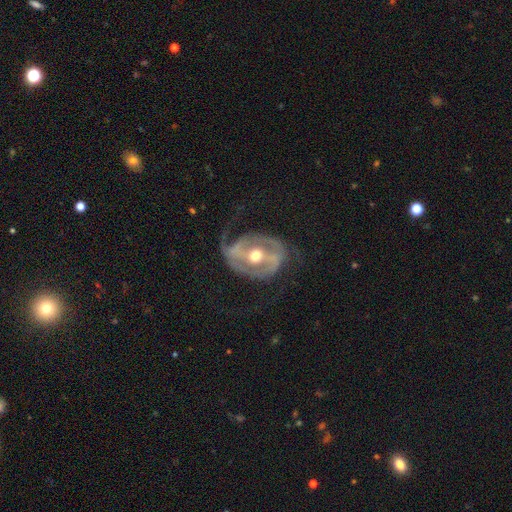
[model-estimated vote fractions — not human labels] This is clearly a featured or disk galaxy (87%). It is clearly not viewed edge-on (96%). Bar: marginally strong (42%). Spiral arm pattern: clearly yes (87%). Spiral arm count: likely 2 (73%). Spiral winding: marginally medium (42%). Central bulge: likely moderate (80%). Merging: possibly none (52%).